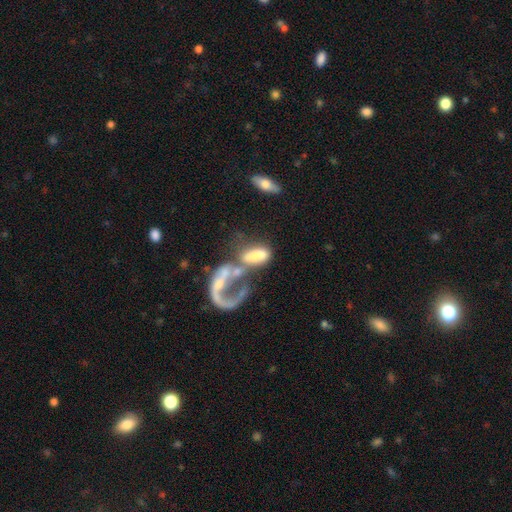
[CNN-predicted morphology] smooth-or-featured: featured or disk: 51% | smooth: 40% | star or artifact: 10%
  disk-edge-on: no: 93% | yes: 7%
  merging: merger: 57% | major disturbance: 24% | none: 13% | minor disturbance: 6%